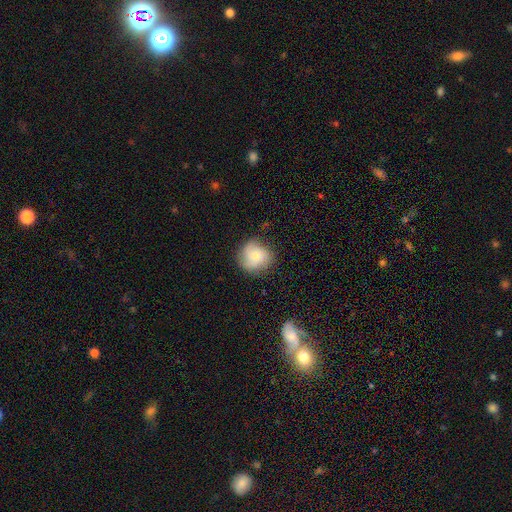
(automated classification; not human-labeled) Smooth or featured? smooth (53%)
How rounded? round (84%)
Merging? none (67%)